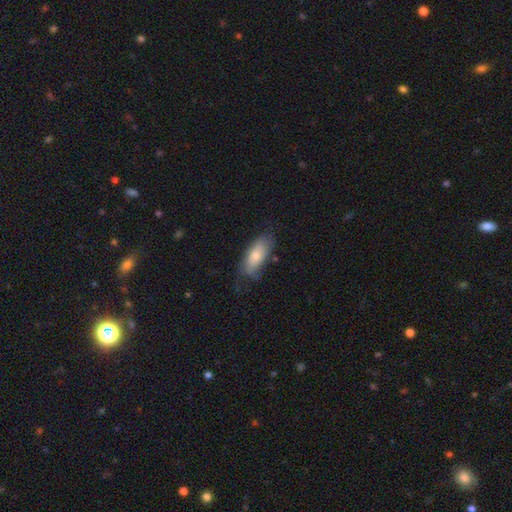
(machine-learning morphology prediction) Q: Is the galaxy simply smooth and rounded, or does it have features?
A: smooth — 74%.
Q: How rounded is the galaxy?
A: in between — 82%.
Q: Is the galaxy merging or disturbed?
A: none — 60%.